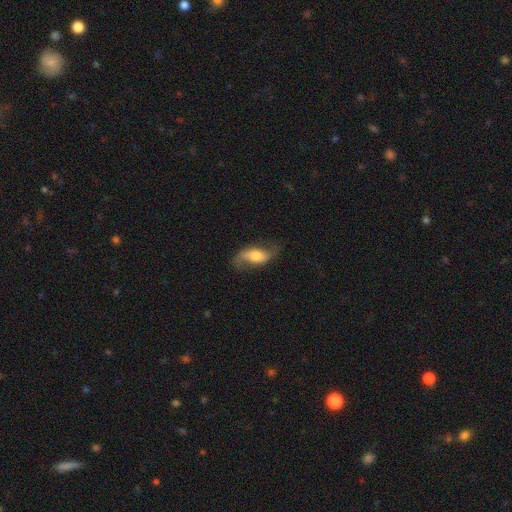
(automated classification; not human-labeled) This appears to be a featured or disk galaxy (62%) with no bar (47%), spiral arms (88%) and a moderate central bulge (51%). Merging: none (67%).